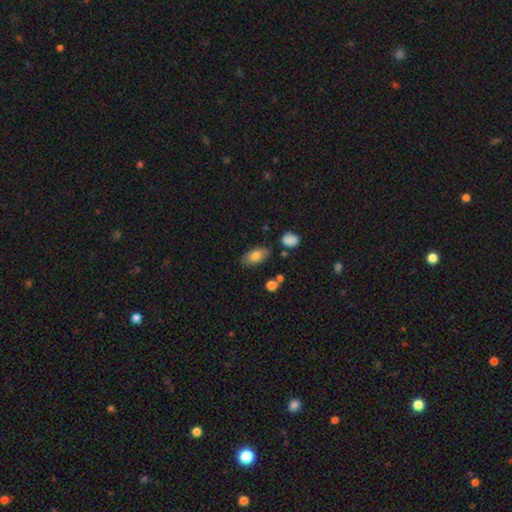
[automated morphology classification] A smooth galaxy with no disk features (80%) that is in between round and cigar-shaped (92%). Merging: none (80%).